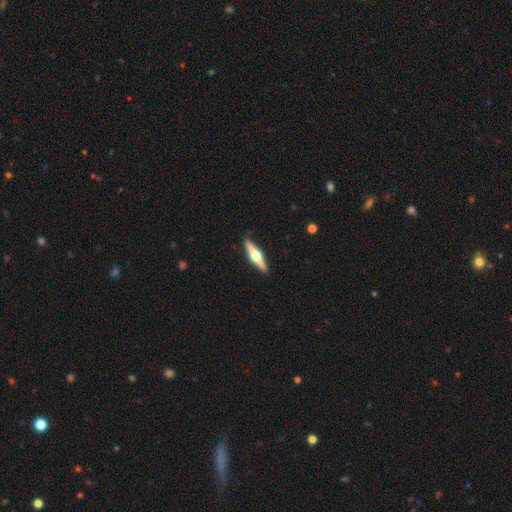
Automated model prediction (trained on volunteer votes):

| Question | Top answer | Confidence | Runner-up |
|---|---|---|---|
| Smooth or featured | featured or disk | 71% | smooth (24%) |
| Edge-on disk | yes | 97% | no (3%) |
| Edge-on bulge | rounded | 95% | boxy (3%) |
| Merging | none | 91% | minor disturbance (7%) |